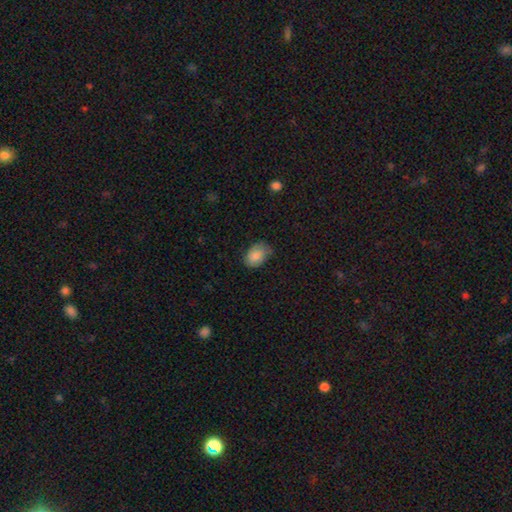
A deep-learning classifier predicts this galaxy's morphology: Smooth or featured? smooth (82%)
How rounded? in between (80%)
Merging? none (65%)